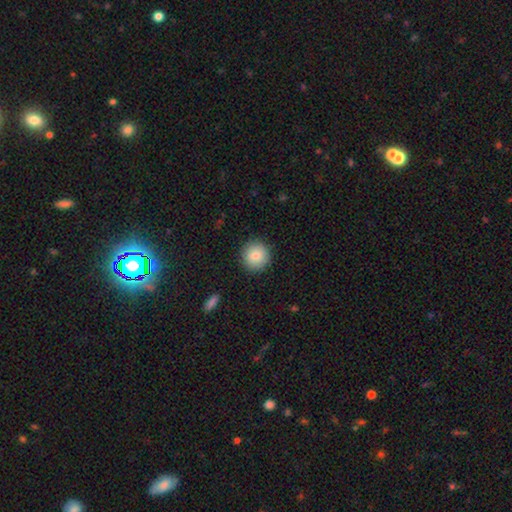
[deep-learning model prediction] Q: Smooth or featured?
A: smooth (85%); runner-up: star or artifact (8%)
Q: How rounded?
A: round (94%); runner-up: in between (5%)
Q: Merging?
A: none (91%); runner-up: minor disturbance (6%)